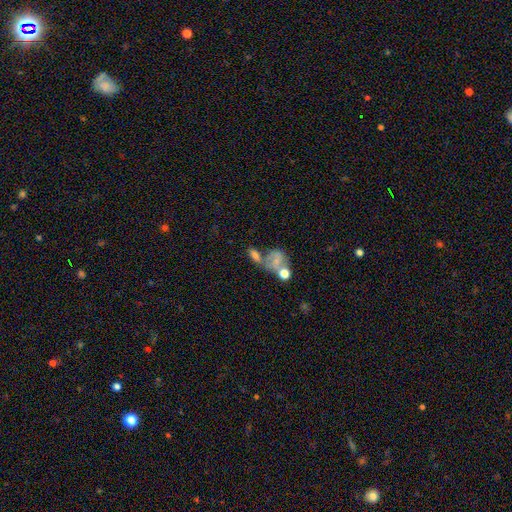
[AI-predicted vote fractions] smooth_or_featured: smooth (p=0.55) [alt: featured or disk p=0.28]
how_rounded: in between (p=0.75) [alt: round p=0.21]
merging: merger (p=0.48) [alt: none p=0.24]